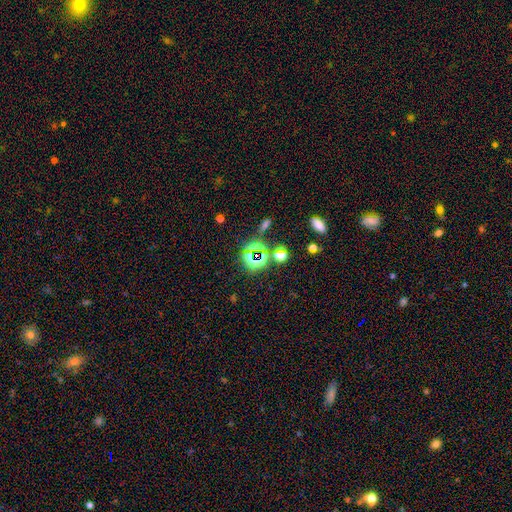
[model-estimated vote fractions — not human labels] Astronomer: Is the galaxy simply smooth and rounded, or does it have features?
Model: star or artifact — 71%.